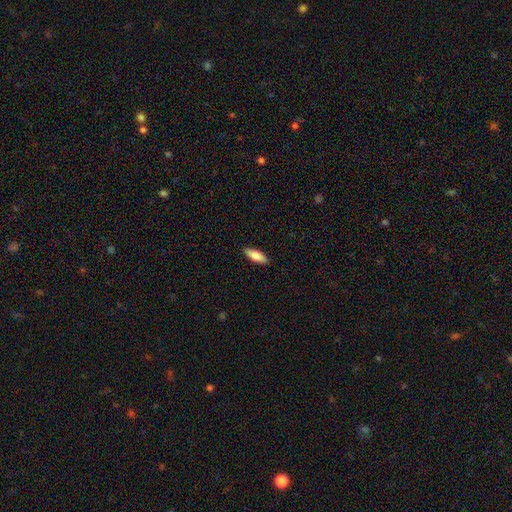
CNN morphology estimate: Smooth or featured?
  - smooth: 81% *
  - featured or disk: 13%
  - star or artifact: 6%
How rounded?
  - in between: 61% *
  - cigar-shaped: 37%
  - round: 2%
Merging?
  - none: 89% *
  - minor disturbance: 8%
  - major disturbance: 2%
  - merger: 1%